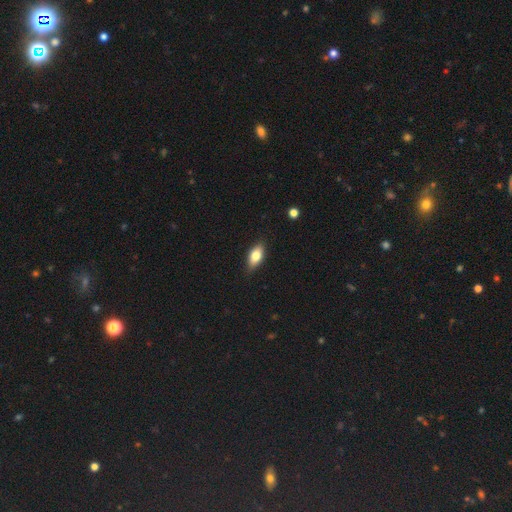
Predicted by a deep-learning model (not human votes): The model was most divided on "smooth or featured": smooth: 75%, featured or disk: 17%, star or artifact: 7%. More confident: how rounded — in between (86%); merging — none (86%).